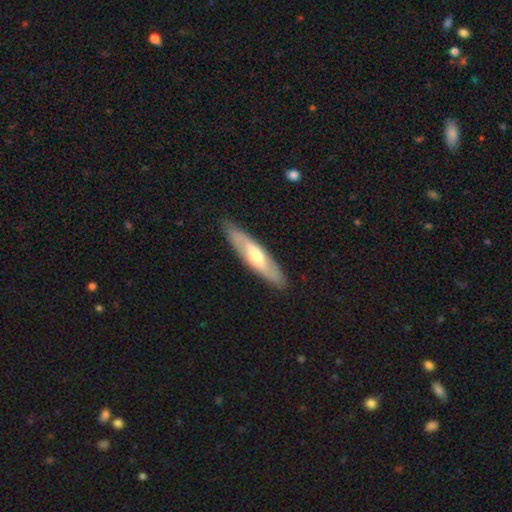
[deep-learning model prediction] smooth-or-featured: featured or disk: 55% | smooth: 40% | star or artifact: 5%
  disk-edge-on: no: 52% | yes: 48%
  merging: none: 87% | minor disturbance: 10% | major disturbance: 2% | merger: 1%